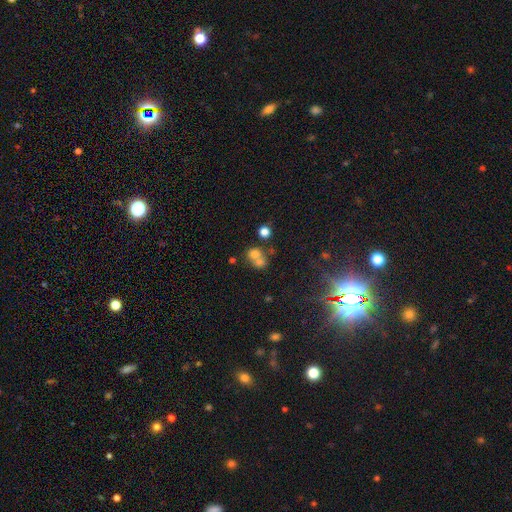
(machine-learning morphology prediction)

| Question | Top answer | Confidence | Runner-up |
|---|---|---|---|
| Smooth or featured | smooth | 68% | featured or disk (17%) |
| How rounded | round | 76% | in between (23%) |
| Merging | merger | 57% | none (33%) |